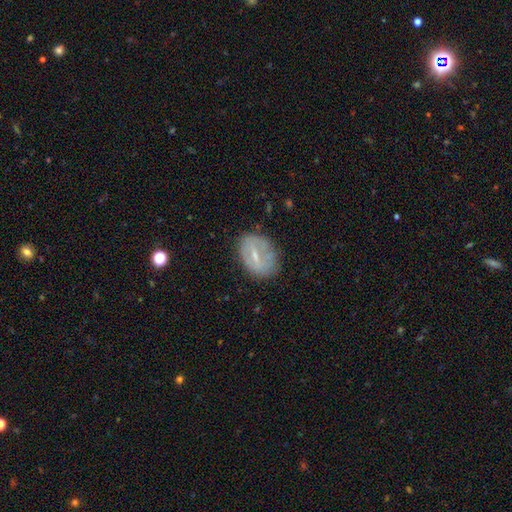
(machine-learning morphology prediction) featured or disk 54%, smooth 37%, star or artifact 9%. Down the decision tree: edge-on disk — no (93%); bar — weak (46%); spiral arms — no (62%); bulge size — small (60%); merging — none (70%).